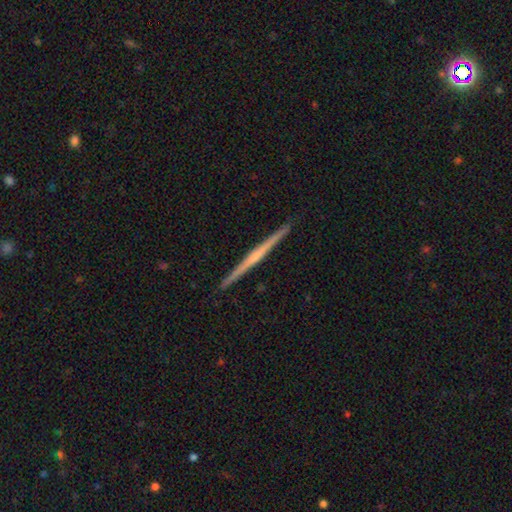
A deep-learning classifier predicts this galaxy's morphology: smooth_or_featured: featured or disk (p=0.70) [alt: smooth p=0.25]
disk_edge_on: yes (p=0.98) [alt: no p=0.02]
edge_on_bulge: none (p=0.64) [alt: rounded p=0.29]
merging: none (p=0.93) [alt: minor disturbance p=0.05]